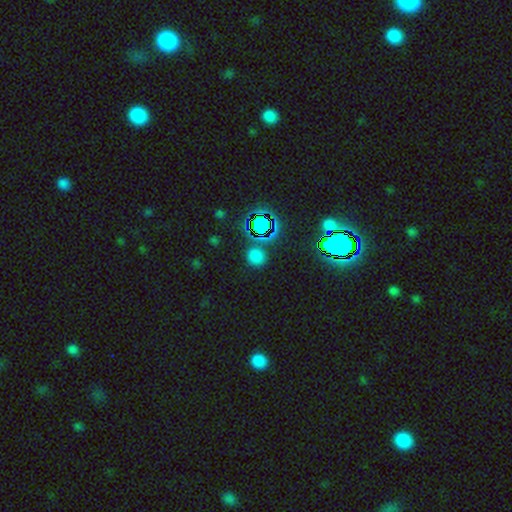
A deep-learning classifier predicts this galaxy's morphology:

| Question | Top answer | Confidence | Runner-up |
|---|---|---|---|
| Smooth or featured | smooth | 59% | star or artifact (36%) |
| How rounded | round | 89% | in between (9%) |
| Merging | none | 84% | minor disturbance (8%) |